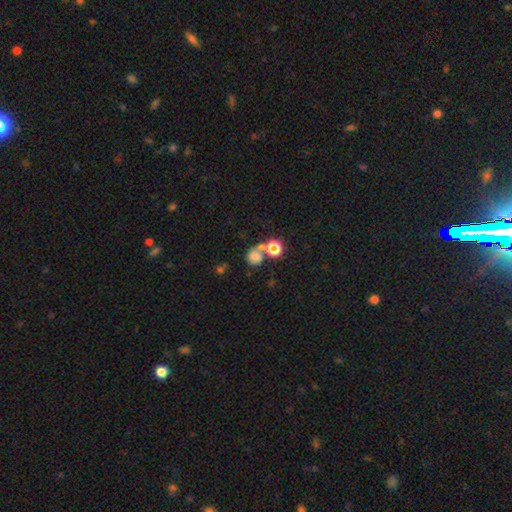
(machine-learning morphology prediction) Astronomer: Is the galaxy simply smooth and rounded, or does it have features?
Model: smooth — 71%.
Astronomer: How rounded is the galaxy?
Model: round — 75%.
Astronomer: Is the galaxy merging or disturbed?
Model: merger — 44% (runner-up: none, 37%).